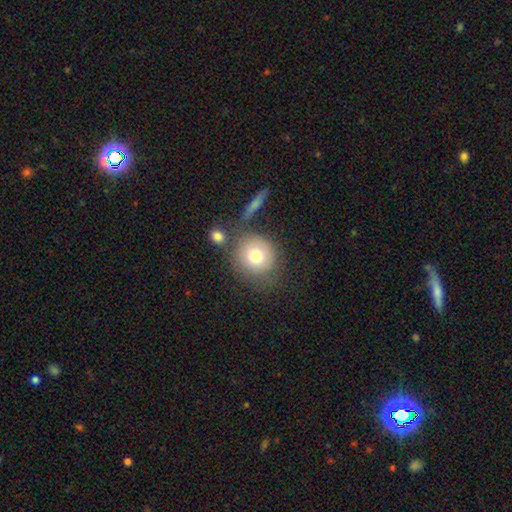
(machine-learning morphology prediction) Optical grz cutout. It shows a smooth galaxy with no disk features (75%) that is round (89%). Merging: none (66%).